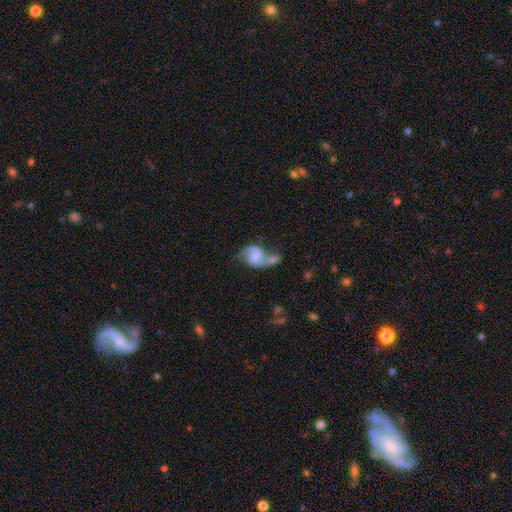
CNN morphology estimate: The model was most divided on "merging": none: 33%, merger: 31%, major disturbance: 19%, minor disturbance: 18%. Remaining: edge-on disk — no (97%); spiral arms — yes (88%); spiral arm count — 2 (85%); smooth or featured — featured or disk (73%); spiral winding — loose (60%); bulge size — none (54%); bar — weak (43%).